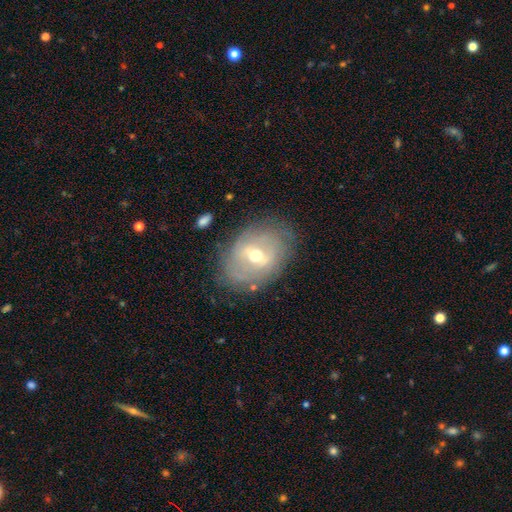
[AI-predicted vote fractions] Morphology: type=featured or disk (72%); edge-on=no (93%); bar=weak (51%); spiral arms=yes (62%); bulge=moderate (64%); merging=none (75%).